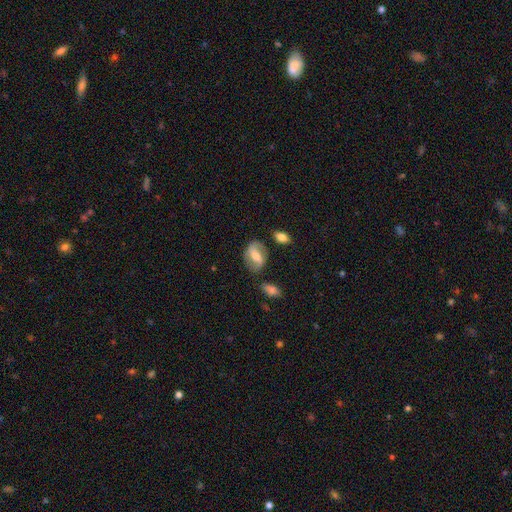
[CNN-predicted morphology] Q: Smooth or featured?
A: featured or disk (50%); runner-up: smooth (43%)
Q: Merging?
A: none (69%); runner-up: minor disturbance (19%)